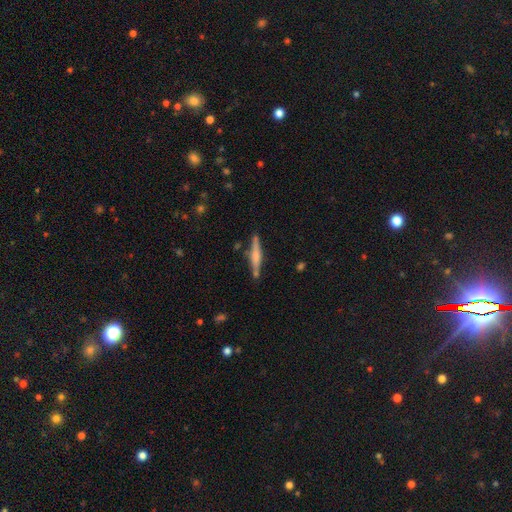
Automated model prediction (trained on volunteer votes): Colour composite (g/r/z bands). It shows a featured or disk galaxy (54%) viewed edge-on (97%) with a rounded central bulge (54%). Merging: none (82%).